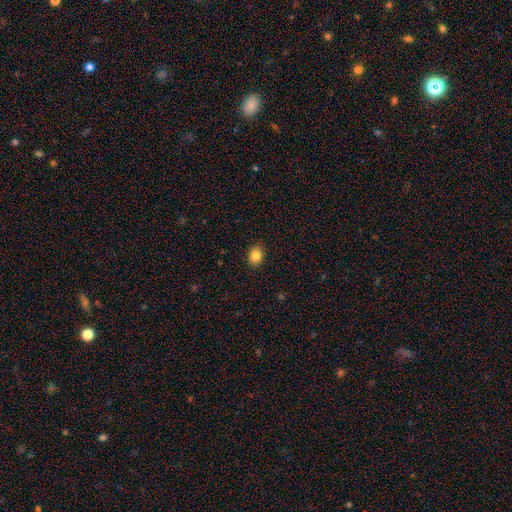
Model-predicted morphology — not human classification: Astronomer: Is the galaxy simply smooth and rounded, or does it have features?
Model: smooth — 85%.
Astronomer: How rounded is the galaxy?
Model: in between — 57% (runner-up: round, 42%).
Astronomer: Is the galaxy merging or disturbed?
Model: none — 90%.